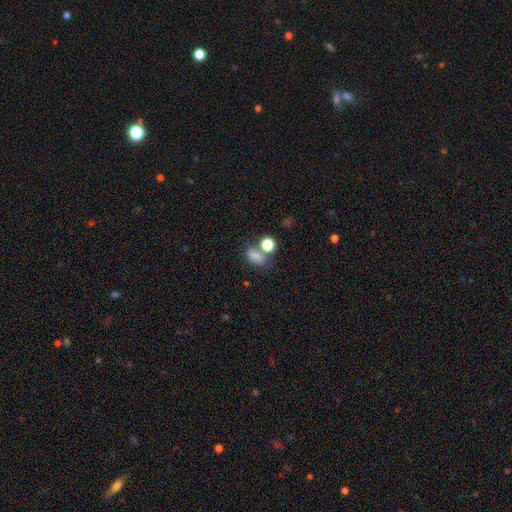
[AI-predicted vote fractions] Morphology: type=smooth (78%); roundness=in between (73%); merging=none (48%).